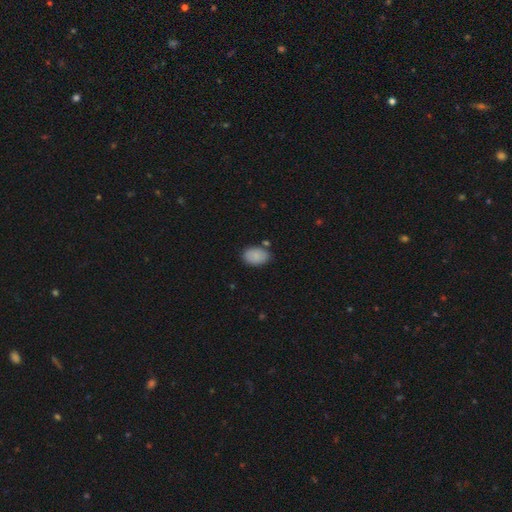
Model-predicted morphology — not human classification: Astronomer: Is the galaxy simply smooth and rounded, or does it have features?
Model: smooth — 85%.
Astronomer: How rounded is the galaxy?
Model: in between — 84%.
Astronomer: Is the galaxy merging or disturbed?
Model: none — 76%.